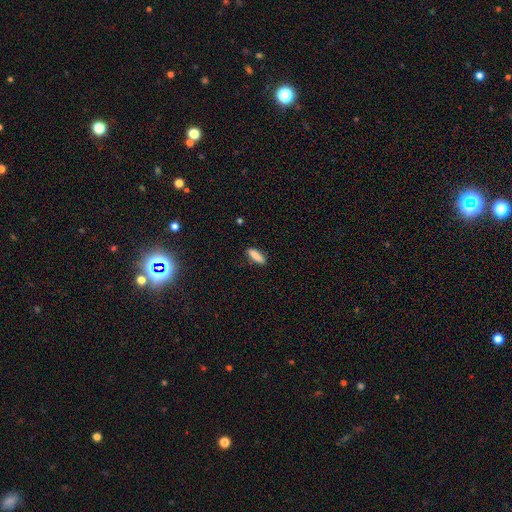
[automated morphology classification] Smooth or featured? Predicted: smooth (p=0.87). How rounded? Predicted: in between (p=0.52). Merging? Predicted: none (p=0.84).